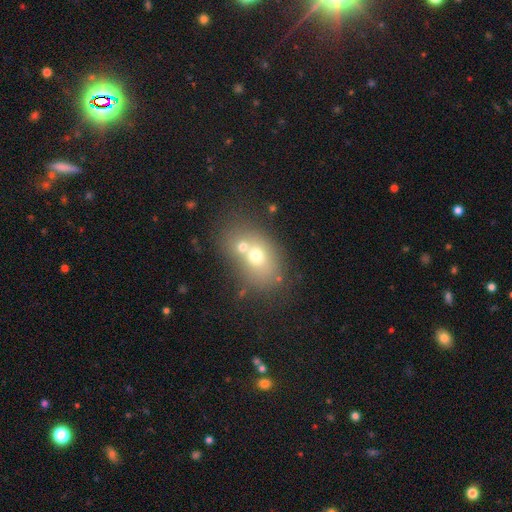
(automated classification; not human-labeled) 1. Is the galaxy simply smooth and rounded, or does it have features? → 63% smooth, 23% featured or disk, 13% star or artifact.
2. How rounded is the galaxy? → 63% in between, 36% round, 1% cigar-shaped.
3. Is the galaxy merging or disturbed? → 51% merger, 35% none, 9% minor disturbance, 5% major disturbance.